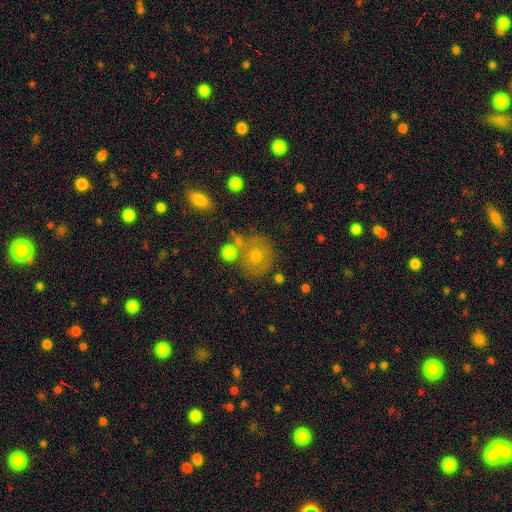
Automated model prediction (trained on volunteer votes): smooth_or_featured: smooth (p=0.58) [alt: featured or disk p=0.28]
how_rounded: round (p=0.84) [alt: in between p=0.15]
merging: none (p=0.66) [alt: minor disturbance p=0.15]